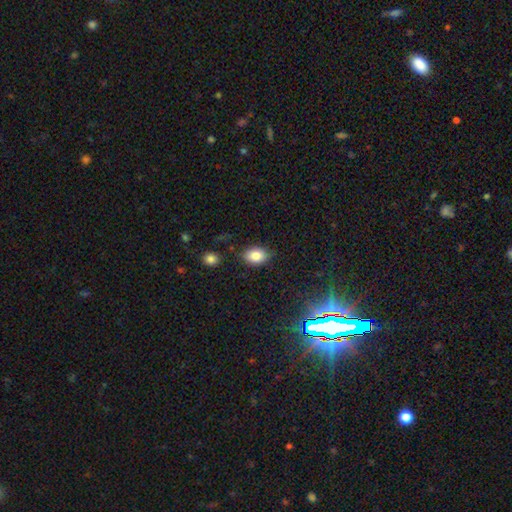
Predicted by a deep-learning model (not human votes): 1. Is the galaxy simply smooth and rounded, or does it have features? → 83% smooth, 10% star or artifact, 7% featured or disk.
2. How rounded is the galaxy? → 79% in between, 20% round, 1% cigar-shaped.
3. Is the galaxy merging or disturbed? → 81% none, 13% minor disturbance, 3% major disturbance, 3% merger.